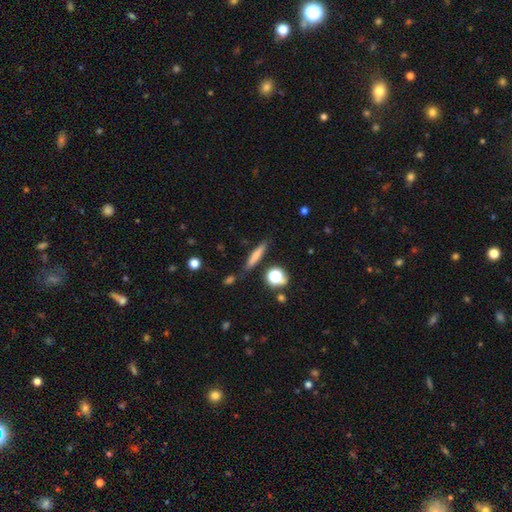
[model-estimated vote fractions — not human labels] Overall: smooth (69%). How rounded: cigar-shaped (86%). Merging: none (80%).